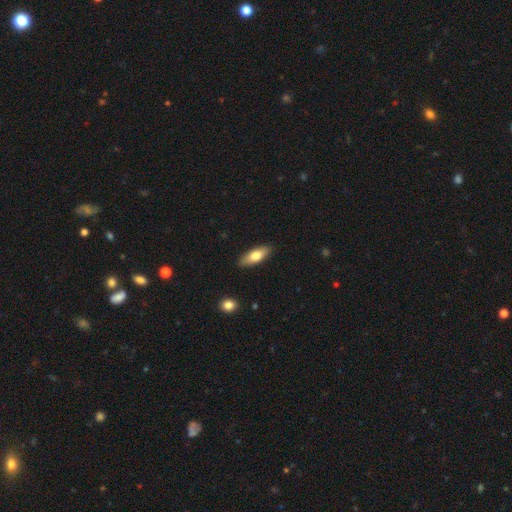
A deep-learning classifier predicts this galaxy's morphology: smooth 74%, featured or disk 20%, star or artifact 6%. Down the decision tree: how rounded — in between (68%); merging — none (88%).